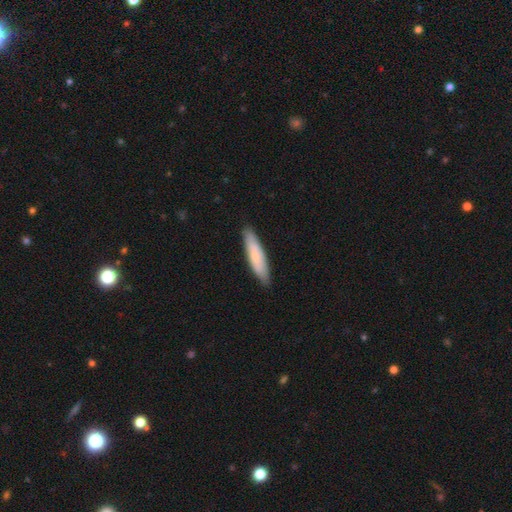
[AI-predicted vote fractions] The model was most divided on "smooth or featured": smooth: 69%, featured or disk: 25%, star or artifact: 5%. More confident: merging — none (87%); how rounded — cigar-shaped (78%).